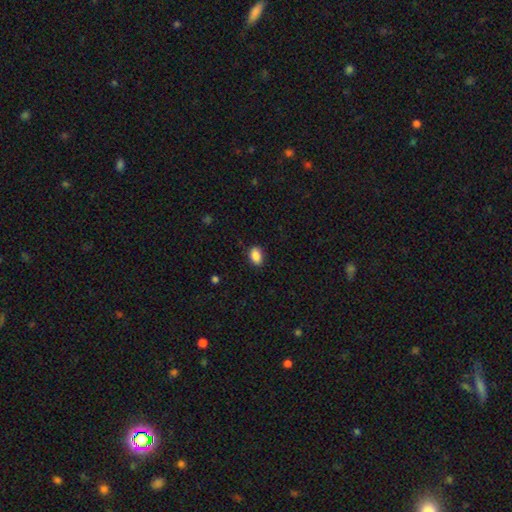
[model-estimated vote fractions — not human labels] Smooth or featured? Predicted: smooth (p=0.89). How rounded? Predicted: in between (p=0.86). Merging? Predicted: none (p=0.87).